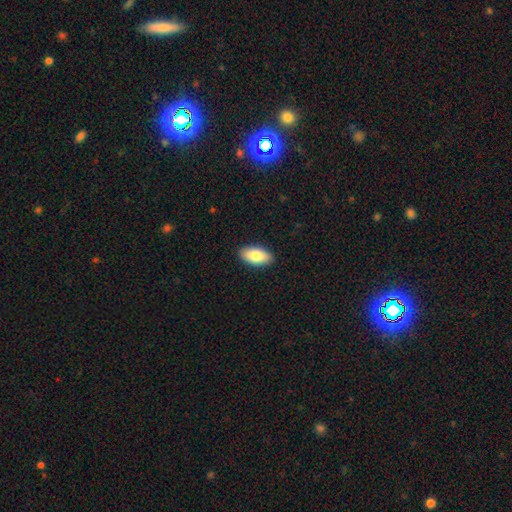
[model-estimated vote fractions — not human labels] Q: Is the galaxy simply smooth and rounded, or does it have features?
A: smooth — 82%.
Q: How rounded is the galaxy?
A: in between — 93%.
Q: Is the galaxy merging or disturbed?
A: none — 90%.